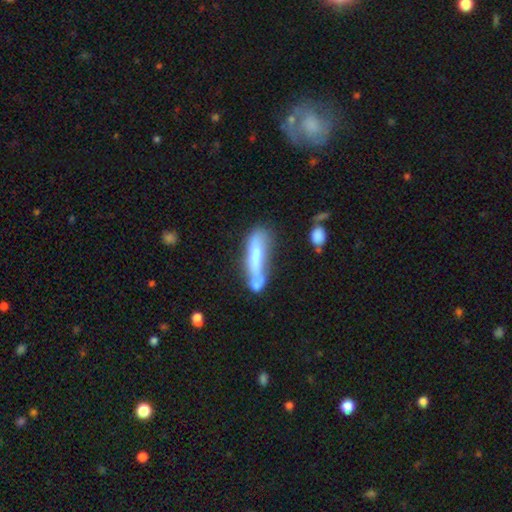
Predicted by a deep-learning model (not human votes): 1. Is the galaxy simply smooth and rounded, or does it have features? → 58% smooth, 35% featured or disk, 7% star or artifact.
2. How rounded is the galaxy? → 73% cigar-shaped, 25% in between, 2% round.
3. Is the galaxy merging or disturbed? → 31% none (tied), 31% merger (tied), 22% minor disturbance, 16% major disturbance.